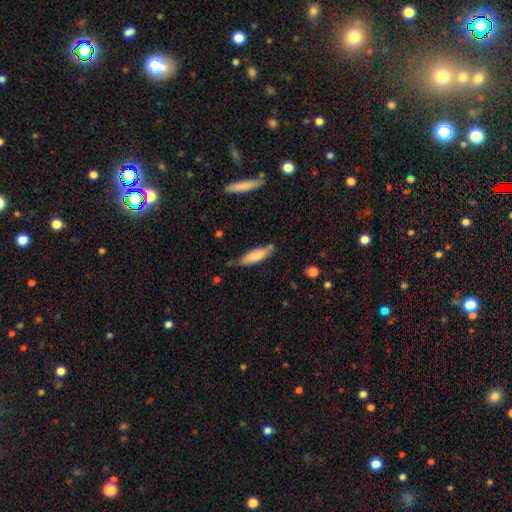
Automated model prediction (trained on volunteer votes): Morphology: type=smooth (79%); roundness=cigar-shaped (58%); merging=none (71%).